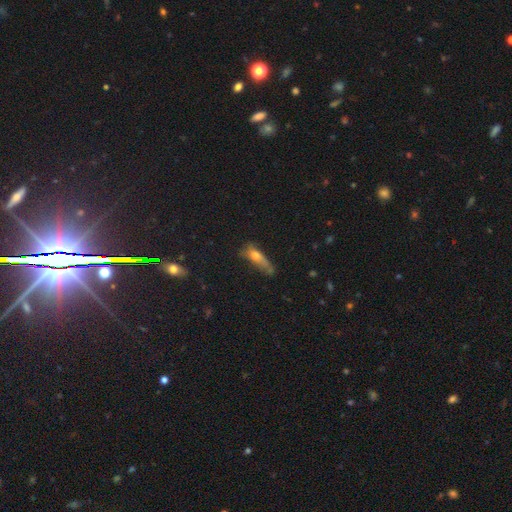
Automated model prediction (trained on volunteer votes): smooth_or_featured: smooth (p=0.61) [alt: featured or disk p=0.28]
how_rounded: cigar-shaped (p=0.48) [alt: in between p=0.47]
merging: major disturbance (p=0.31) [alt: none p=0.30]